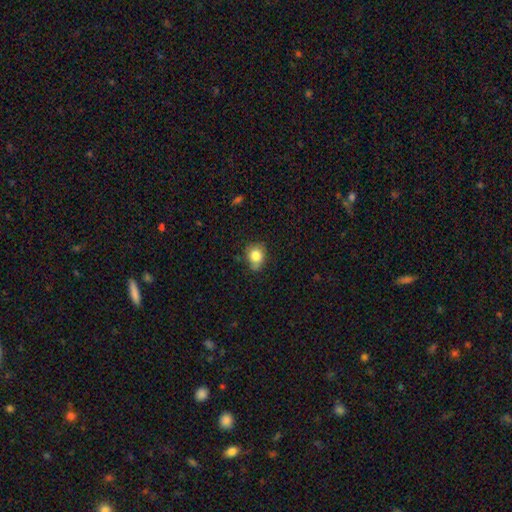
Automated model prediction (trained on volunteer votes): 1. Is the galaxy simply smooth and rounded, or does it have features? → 82% smooth, 10% star or artifact, 9% featured or disk.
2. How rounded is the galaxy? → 65% round, 34% in between, 1% cigar-shaped.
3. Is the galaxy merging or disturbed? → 63% none, 28% minor disturbance, 6% major disturbance, 3% merger.